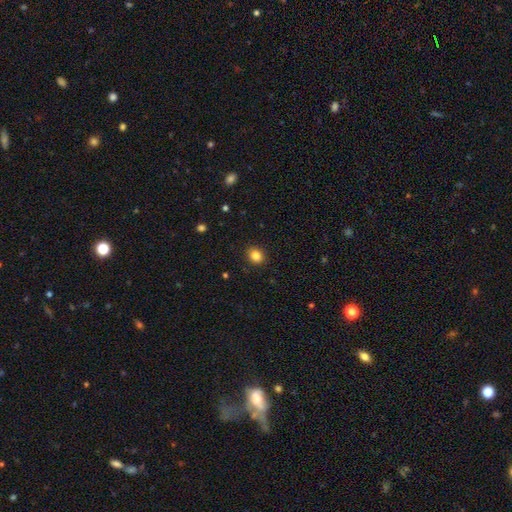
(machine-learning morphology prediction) Smooth or featured? smooth (84%)
How rounded? round (63%)
Merging? none (90%)